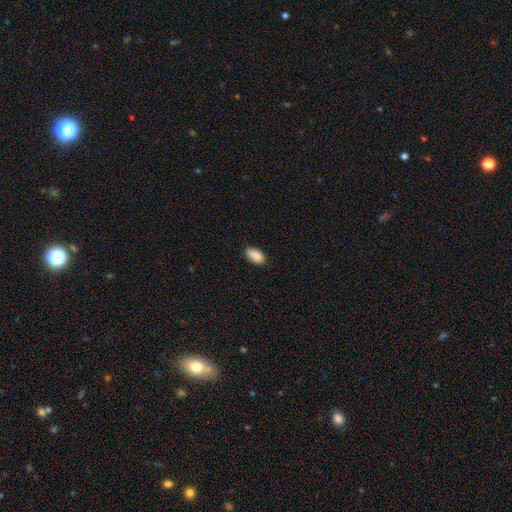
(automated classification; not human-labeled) Smooth or featured: smooth — 88% (star or artifact — 7%)
How rounded: in between — 93% (cigar-shaped — 4%)
Merging: none — 80% (minor disturbance — 16%)